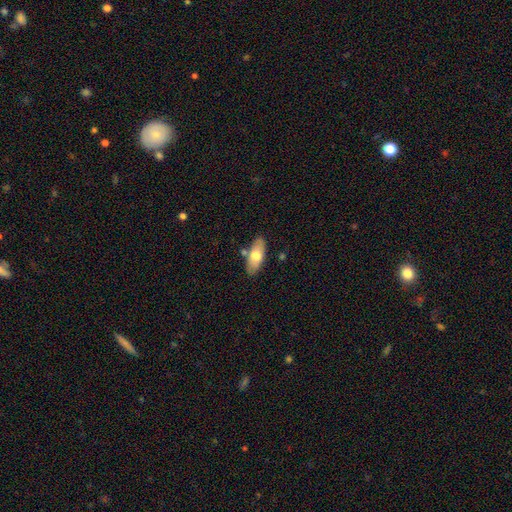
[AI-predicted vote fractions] Smooth or featured? smooth (68%)
How rounded? in between (82%)
Merging? none (79%)